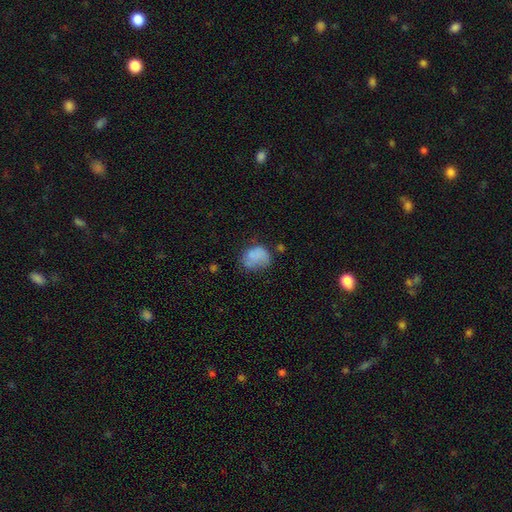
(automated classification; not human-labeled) A smooth galaxy with no disk features (73%) that is in between round and cigar-shaped (56%). Merging: none (42%).